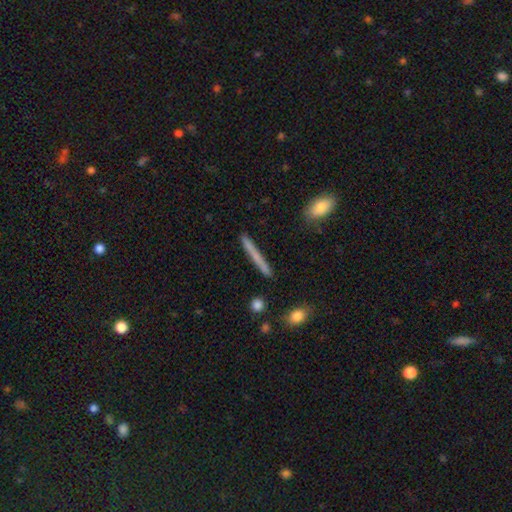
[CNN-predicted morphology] Smooth or featured: smooth — 58% (featured or disk — 35%)
How rounded: cigar-shaped — 95% (in between — 3%)
Merging: none — 89% (minor disturbance — 8%)